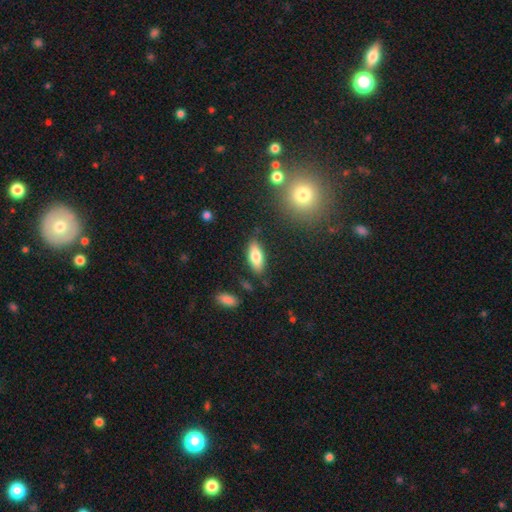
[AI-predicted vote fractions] A smooth galaxy with no disk features (76%) that is in between round and cigar-shaped (78%). Merging: none (83%).